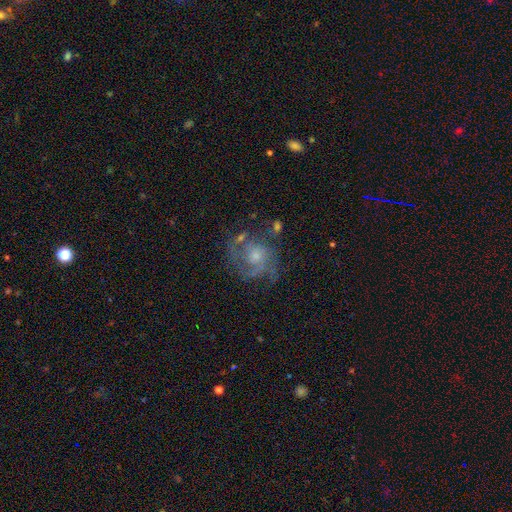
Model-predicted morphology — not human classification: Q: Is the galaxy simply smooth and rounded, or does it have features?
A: featured or disk — 78%.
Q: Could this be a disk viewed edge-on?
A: no — 98%.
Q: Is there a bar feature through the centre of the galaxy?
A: no — 72%.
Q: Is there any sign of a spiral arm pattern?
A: yes — 92%.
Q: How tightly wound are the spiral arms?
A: medium — 45%.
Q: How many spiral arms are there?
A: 2 — 31%.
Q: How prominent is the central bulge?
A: small — 46%.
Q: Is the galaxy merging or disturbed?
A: none — 62%.